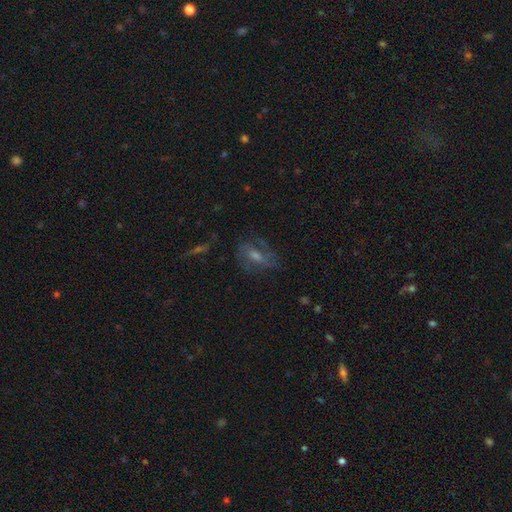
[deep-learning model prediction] This is possibly a featured or disk galaxy (51%). It is clearly not viewed edge-on (88%). Merging: likely none (67%).